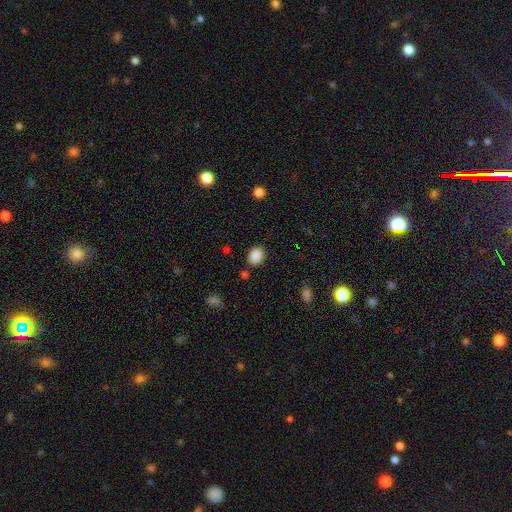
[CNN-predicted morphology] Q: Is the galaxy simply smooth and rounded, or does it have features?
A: smooth — 88%.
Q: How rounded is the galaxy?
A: in between — 64%.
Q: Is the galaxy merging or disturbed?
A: none — 83%.